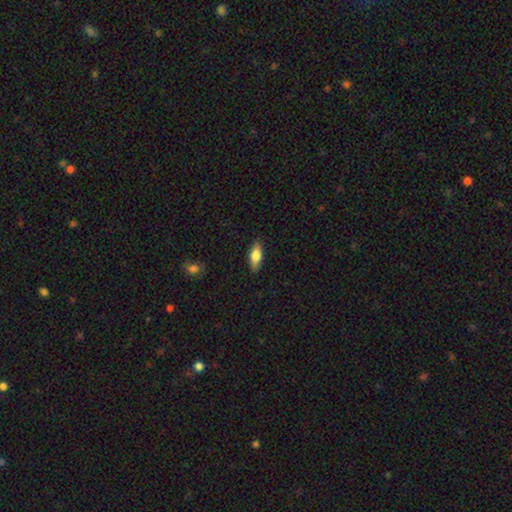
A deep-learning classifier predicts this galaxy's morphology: This is likely a smooth galaxy (71%). How rounded: likely in between (68%). Merging: clearly none (88%).